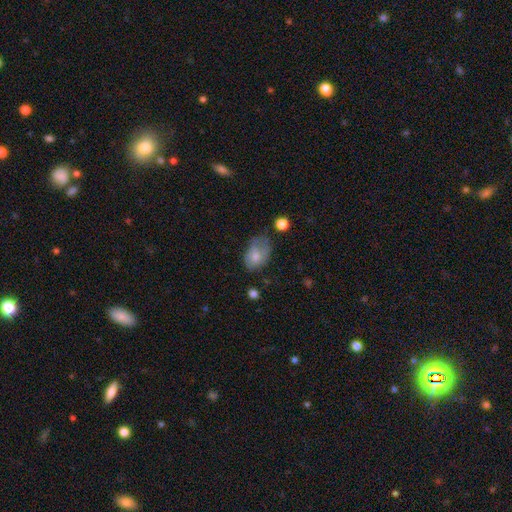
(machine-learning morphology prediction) type=smooth (72%); roundness=in between (81%); merging=minor disturbance (40%).